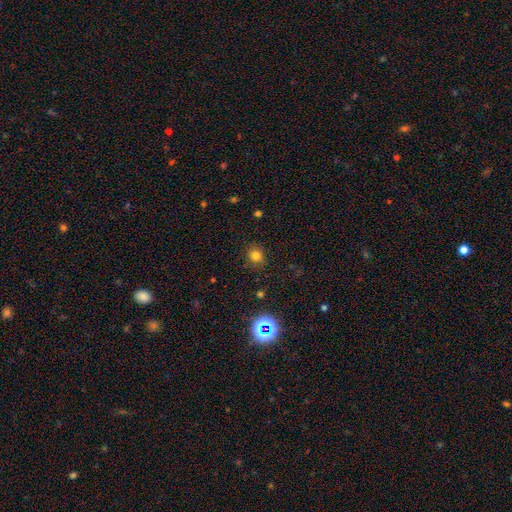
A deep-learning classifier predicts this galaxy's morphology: smooth_or_featured: smooth (p=0.75) [alt: star or artifact p=0.18]
how_rounded: round (p=0.84) [alt: in between p=0.15]
merging: none (p=0.85) [alt: minor disturbance p=0.10]